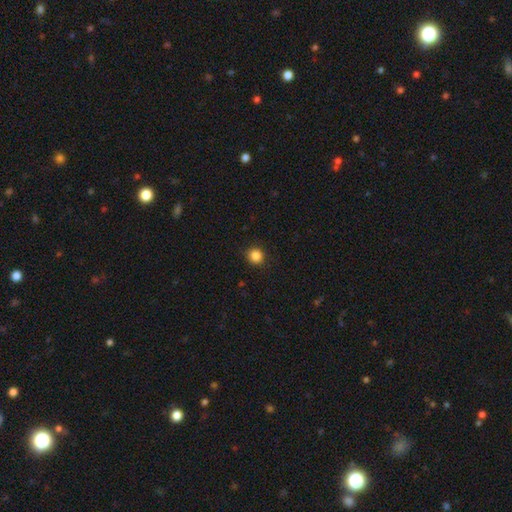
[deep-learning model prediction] The model was most divided on "smooth or featured": smooth: 85%, star or artifact: 11%, featured or disk: 3%. More confident: merging — none (90%); how rounded — round (90%).